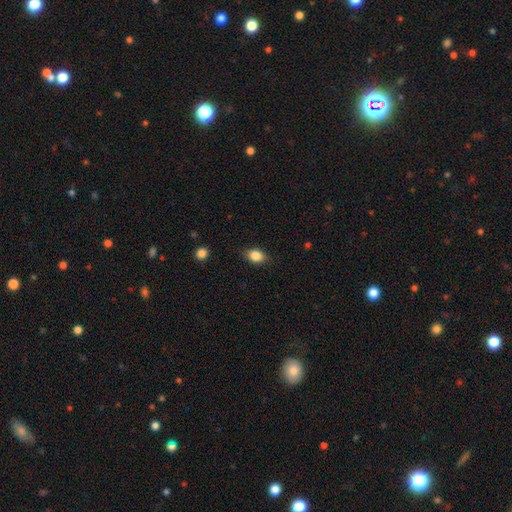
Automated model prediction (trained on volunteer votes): smooth_or_featured: smooth (p=0.85) [alt: star or artifact p=0.09]
how_rounded: in between (p=0.74) [alt: round p=0.24]
merging: none (p=0.83) [alt: minor disturbance p=0.13]